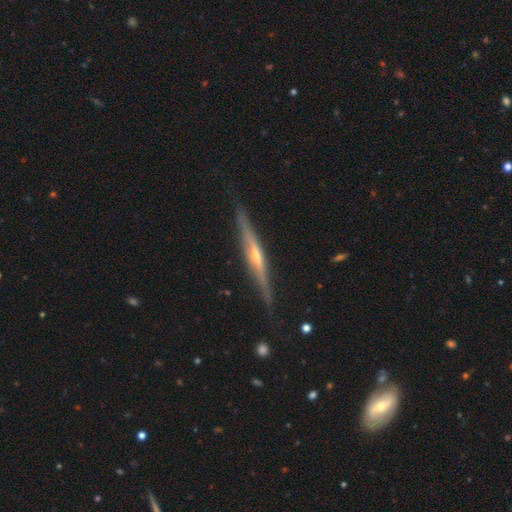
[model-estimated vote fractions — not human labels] This appears to be a featured or disk galaxy (79%) viewed edge-on (97%) with a rounded central bulge (74%). Merging: none (86%).